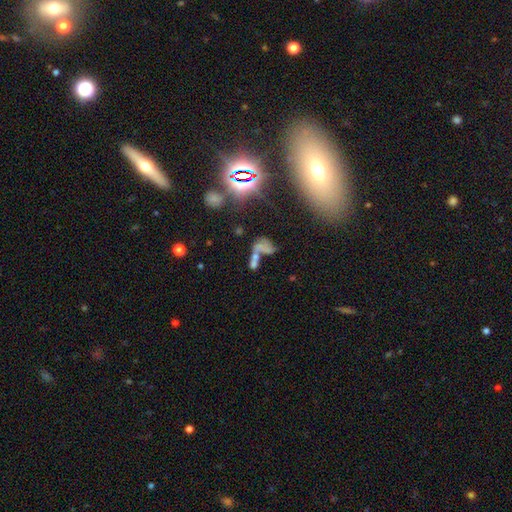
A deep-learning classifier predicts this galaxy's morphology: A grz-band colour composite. It shows a smooth galaxy with no disk features (45%). Merging: merger (57%).